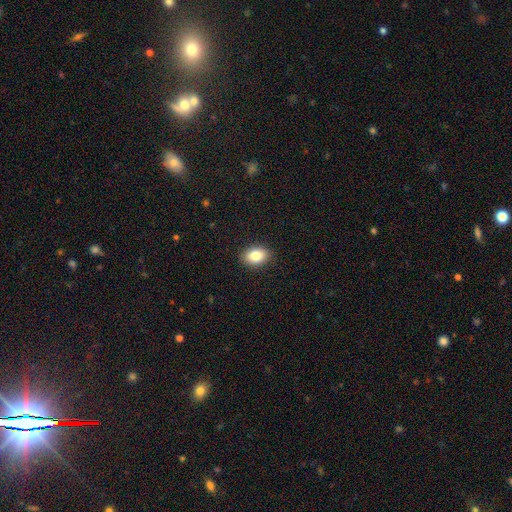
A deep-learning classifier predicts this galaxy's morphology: This is clearly a smooth galaxy (83%). How rounded: likely in between (77%). Merging: clearly none (90%).